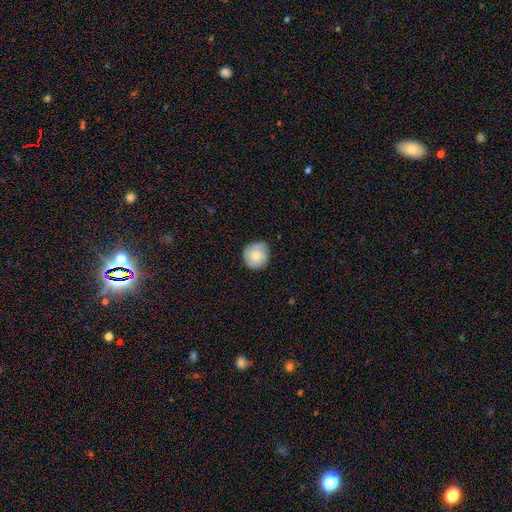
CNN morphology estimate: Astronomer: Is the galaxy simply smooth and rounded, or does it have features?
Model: smooth — 79%.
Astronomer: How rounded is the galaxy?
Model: round — 91%.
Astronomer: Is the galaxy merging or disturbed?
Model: none — 79%.